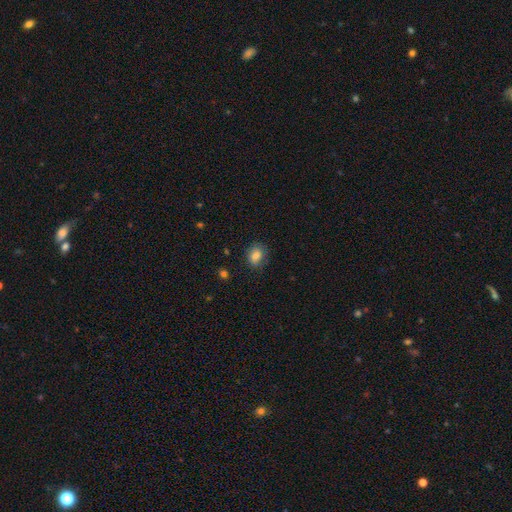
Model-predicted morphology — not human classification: Smooth or featured? Predicted: smooth (p=0.83). How rounded? Predicted: in between (p=0.60). Merging? Predicted: none (p=0.74).